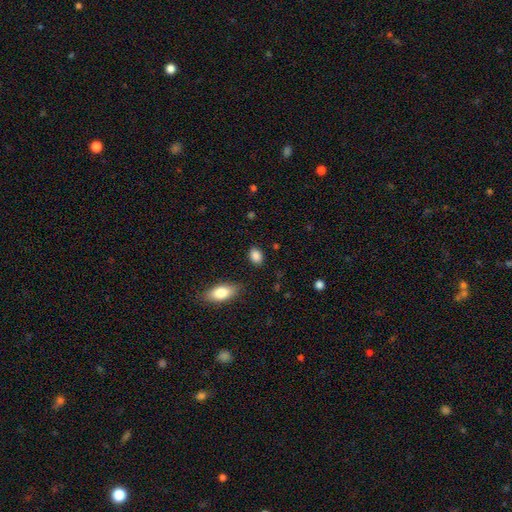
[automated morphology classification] smooth 87%, star or artifact 8%, featured or disk 5%. Down the decision tree: how rounded — in between (79%); merging — none (85%).